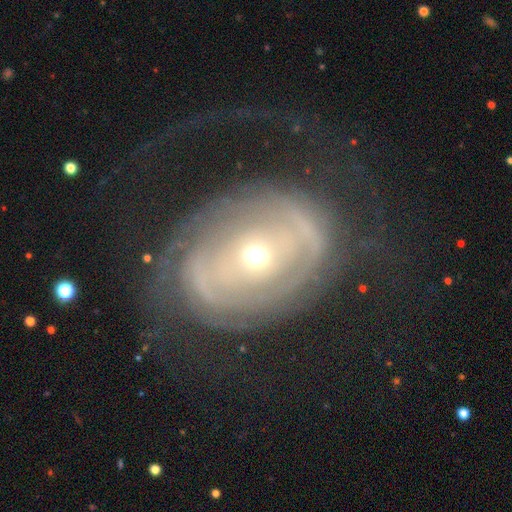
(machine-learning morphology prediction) type=featured or disk (79%); edge-on=no (95%); bar=no (47%); spiral arms=yes (70%); winding=tight (52%); arm count=2 (43%); bulge=small (57%); merging=none (57%).